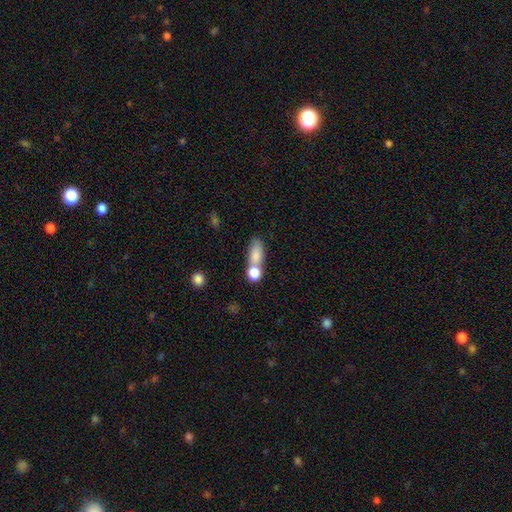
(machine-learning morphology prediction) A smooth galaxy with no disk features (80%) that is in between round and cigar-shaped (67%). Merging: merger (47%).